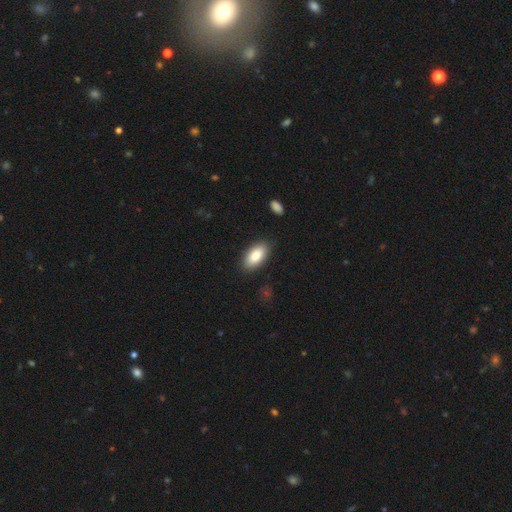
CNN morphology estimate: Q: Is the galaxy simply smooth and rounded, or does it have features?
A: smooth — 86%.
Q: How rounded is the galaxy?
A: in between — 91%.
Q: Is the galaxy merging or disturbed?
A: none — 87%.